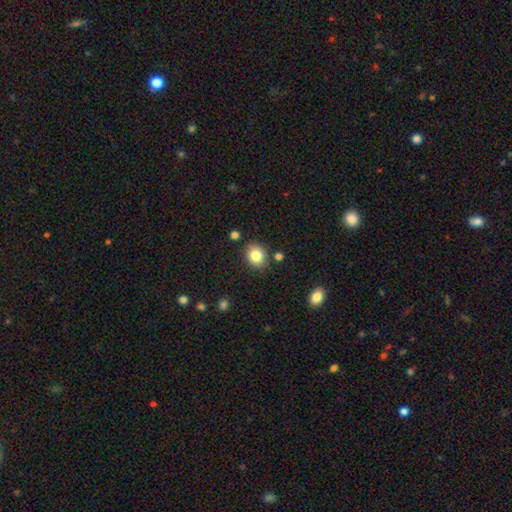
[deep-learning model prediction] smooth 82%, star or artifact 10%, featured or disk 8%. Down the decision tree: how rounded — round (65%); merging — none (84%).